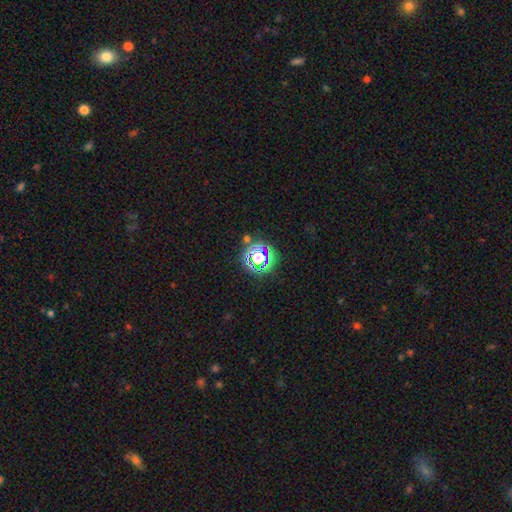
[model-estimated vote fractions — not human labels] star or artifact 60%, smooth 28%, featured or disk 12%.